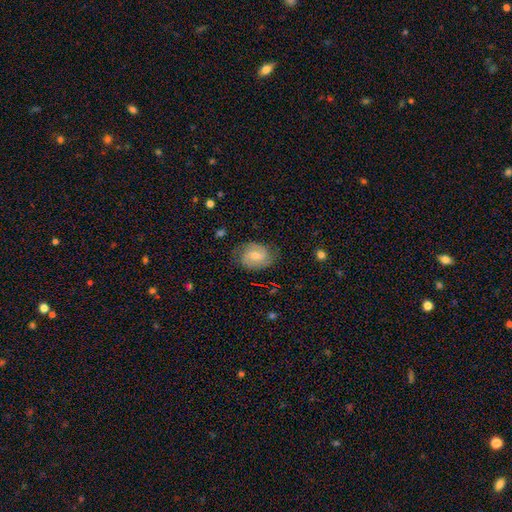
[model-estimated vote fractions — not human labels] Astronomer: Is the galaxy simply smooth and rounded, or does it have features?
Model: featured or disk — 52% (runner-up: smooth, 40%).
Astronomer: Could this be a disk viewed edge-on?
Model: no — 97%.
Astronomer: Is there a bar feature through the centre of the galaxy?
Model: no — 50% (runner-up: weak, 41%).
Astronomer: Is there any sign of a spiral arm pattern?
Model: yes — 85%.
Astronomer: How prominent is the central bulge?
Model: small — 53% (runner-up: moderate, 42%).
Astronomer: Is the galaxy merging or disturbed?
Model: none — 72%.